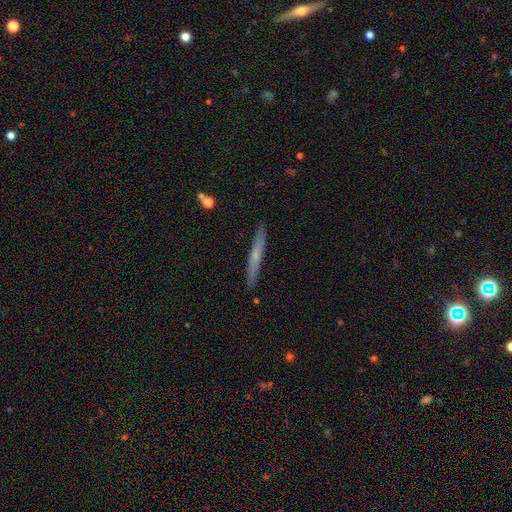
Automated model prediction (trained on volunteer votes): smooth-or-featured: smooth: 49% | featured or disk: 44% | star or artifact: 6%
  merging: none: 90% | minor disturbance: 7% | major disturbance: 1% | merger: 1%